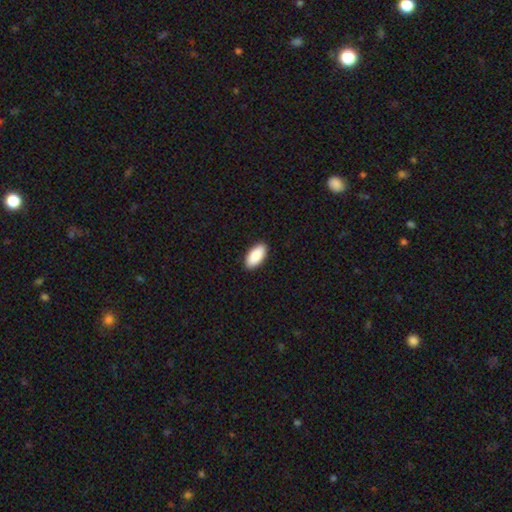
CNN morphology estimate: Smooth or featured? Predicted: smooth (p=0.91). How rounded? Predicted: in between (p=0.94). Merging? Predicted: none (p=0.91).